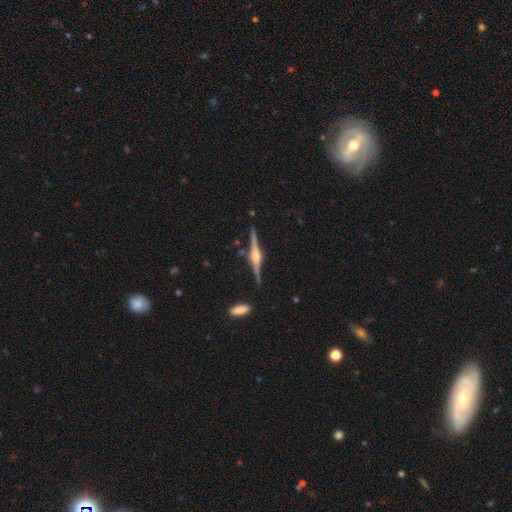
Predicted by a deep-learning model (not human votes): Smooth or featured? featured or disk (87%)
Edge-on disk? yes (98%)
Edge-on bulge? rounded (91%)
Merging? none (87%)